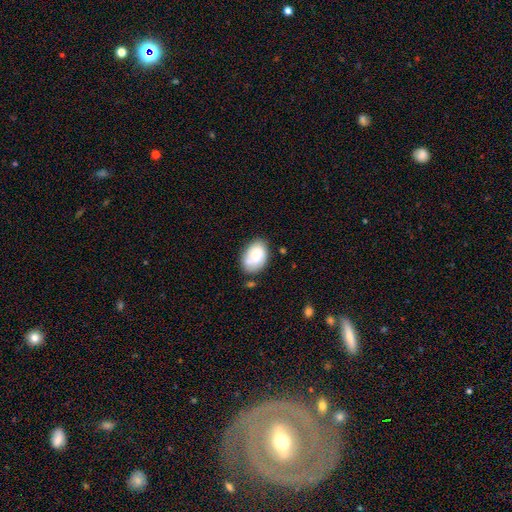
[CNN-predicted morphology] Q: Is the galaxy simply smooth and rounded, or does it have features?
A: smooth — 76%.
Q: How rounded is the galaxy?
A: in between — 86%.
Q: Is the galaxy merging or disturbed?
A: none — 65%.